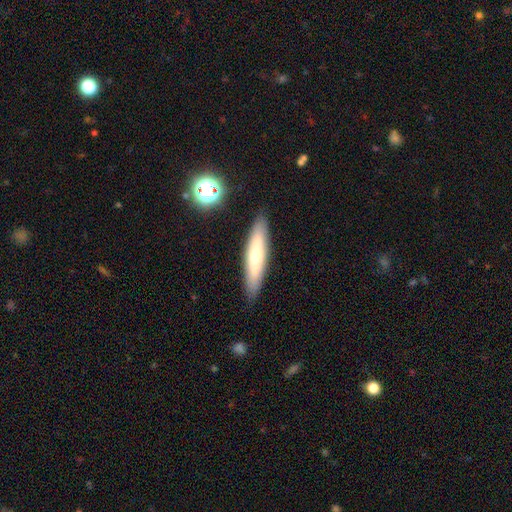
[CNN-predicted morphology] This appears to be a smooth galaxy with no disk features (63%) that is cigar-shaped (87%). Merging: none (88%).